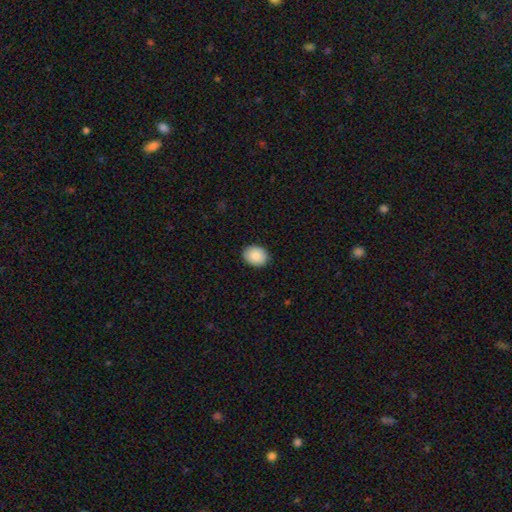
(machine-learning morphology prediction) A smooth galaxy with no disk features (88%) that is round (51%). Merging: none (89%).